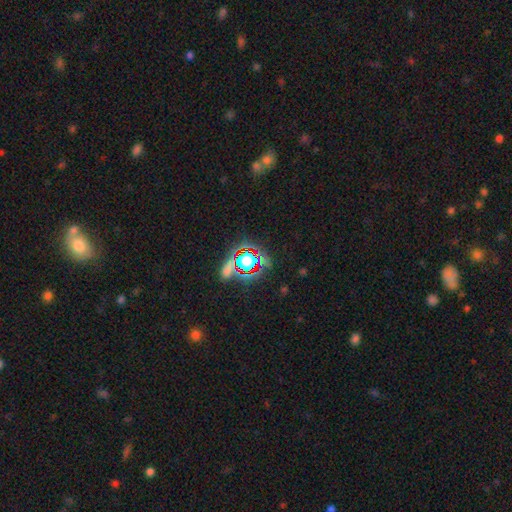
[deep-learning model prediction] Q: Smooth or featured?
A: star or artifact (73%); runner-up: smooth (17%)